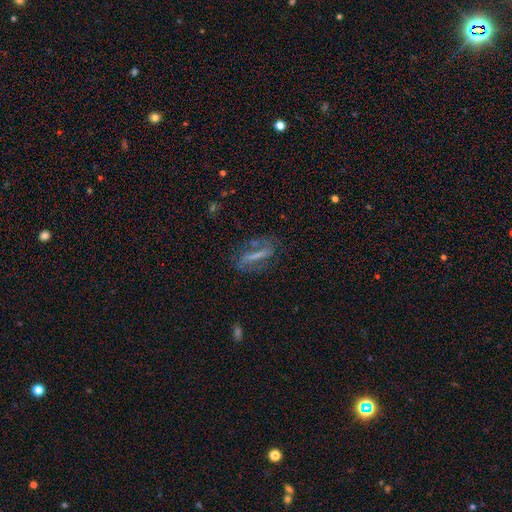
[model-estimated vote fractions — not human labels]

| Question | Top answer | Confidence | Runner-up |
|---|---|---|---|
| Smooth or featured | featured or disk | 53% | smooth (34%) |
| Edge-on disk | no | 70% | yes (30%) |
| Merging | none | 65% | minor disturbance (18%) |